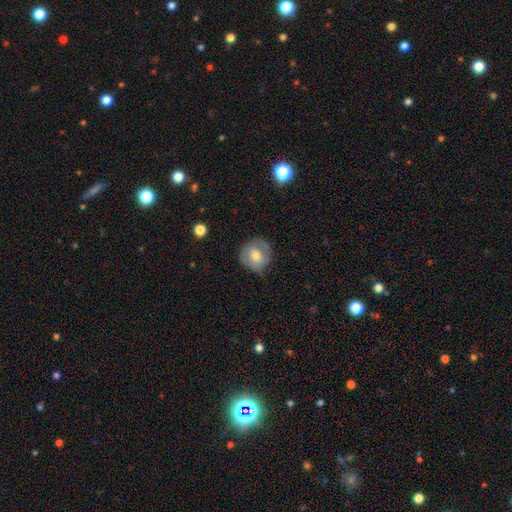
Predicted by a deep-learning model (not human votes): This is possibly a smooth galaxy (52%). How rounded: clearly round (84%). Merging: likely none (73%).